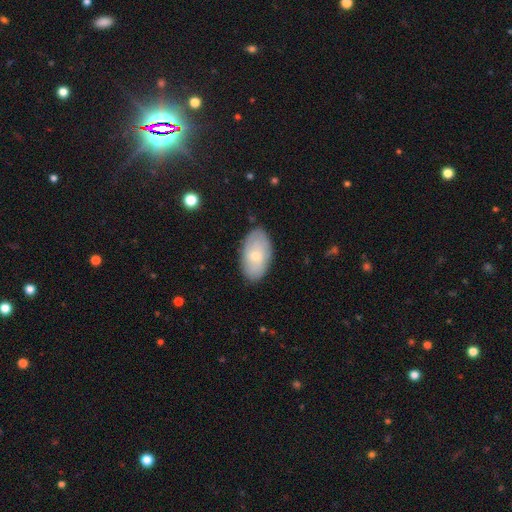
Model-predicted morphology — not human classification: A smooth galaxy with no disk features (61%) that is in between round and cigar-shaped (94%). Merging: none (84%).